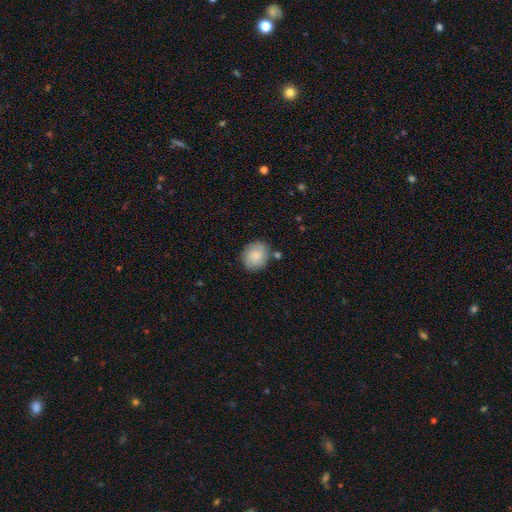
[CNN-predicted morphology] This appears to be a smooth galaxy with no disk features (57%) that is round (70%). Merging: none (77%).